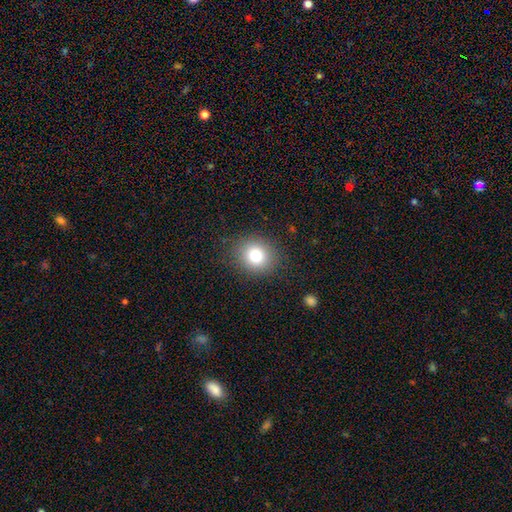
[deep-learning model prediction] This appears to be a smooth galaxy with no disk features (78%) that is round (78%). Merging: none (87%).